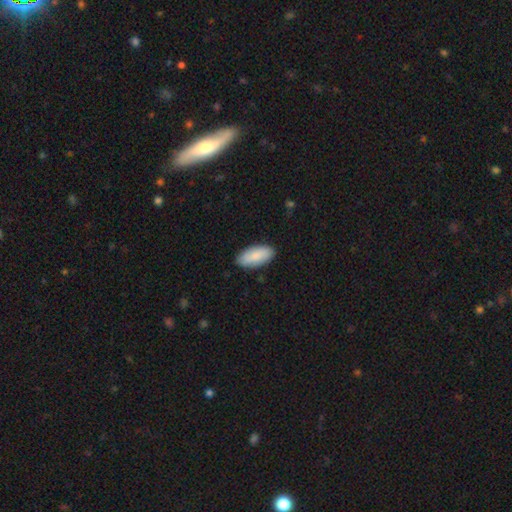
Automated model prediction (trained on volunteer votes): The model was most divided on "smooth or featured": smooth: 83%, featured or disk: 12%, star or artifact: 5%. More confident: how rounded — in between (91%); merging — none (87%).